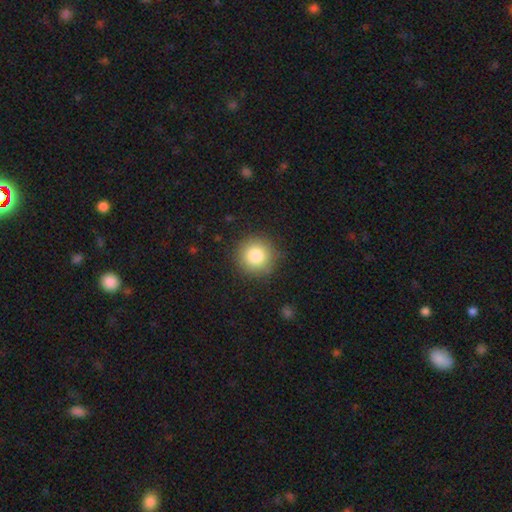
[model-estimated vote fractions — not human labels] smooth_or_featured: smooth (p=0.83) [alt: star or artifact p=0.10]
how_rounded: round (p=0.95) [alt: in between p=0.04]
merging: none (p=0.88) [alt: minor disturbance p=0.08]